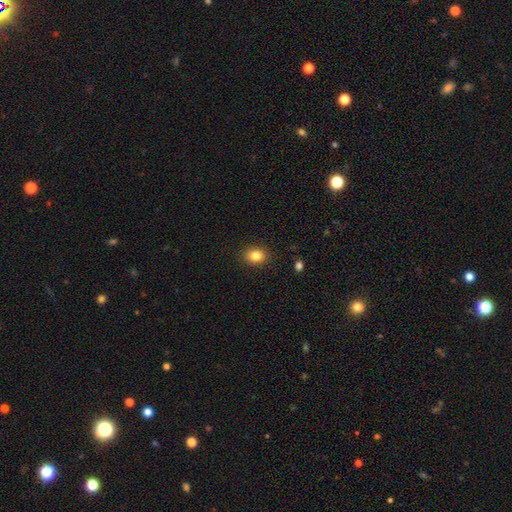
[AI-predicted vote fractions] Smooth or featured: smooth — 84% (star or artifact — 10%)
How rounded: in between — 50% (tied with round — 50%)
Merging: none — 89% (minor disturbance — 8%)